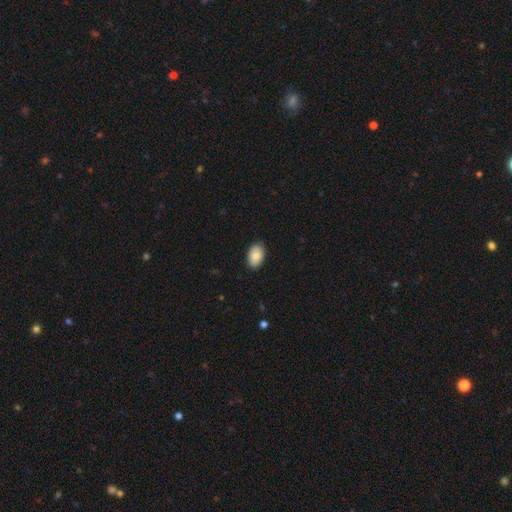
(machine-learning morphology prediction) smooth 78%, featured or disk 16%, star or artifact 7%. Down the decision tree: how rounded — in between (90%); merging — none (86%).